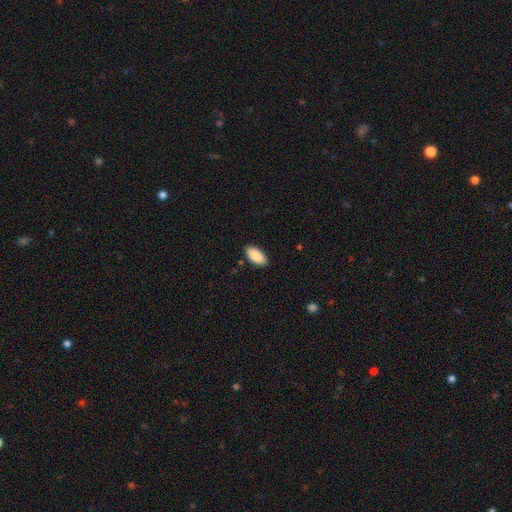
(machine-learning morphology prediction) A smooth galaxy with no disk features (90%) that is in between round and cigar-shaped (95%). Merging: none (89%).